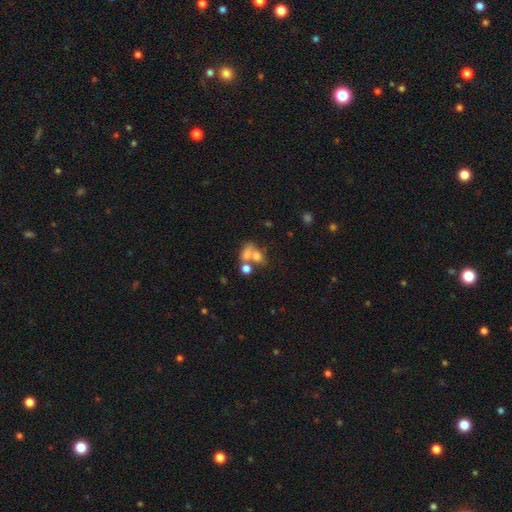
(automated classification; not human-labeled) Q: Smooth or featured?
A: smooth (63%); runner-up: featured or disk (23%)
Q: How rounded?
A: in between (61%); runner-up: round (37%)
Q: Merging?
A: merger (56%); runner-up: none (25%)